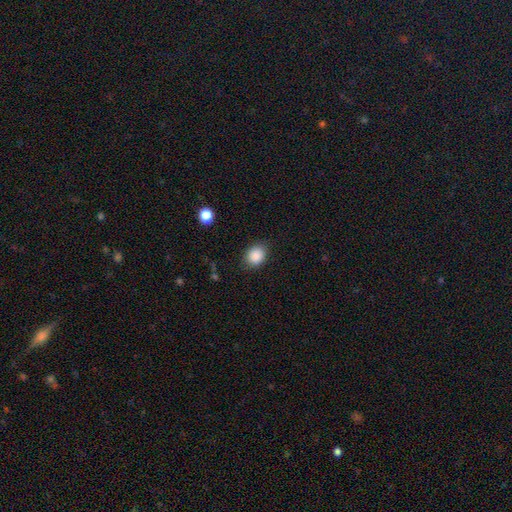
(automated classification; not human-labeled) Smooth or featured? smooth (87%)
How rounded? round (54%)
Merging? none (84%)